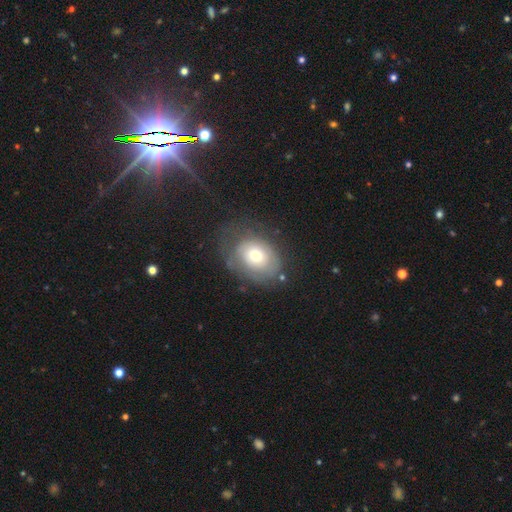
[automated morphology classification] A smooth galaxy with no disk features (56%) that is in between round and cigar-shaped (69%).

Vote fractions:
- Smooth or featured? smooth: 56% / featured or disk: 36% / star or artifact: 9%
- How rounded? in between: 69% / round: 31% / cigar-shaped: 1%
- Merging? none: 55% / minor disturbance: 25% / major disturbance: 17% / merger: 2%